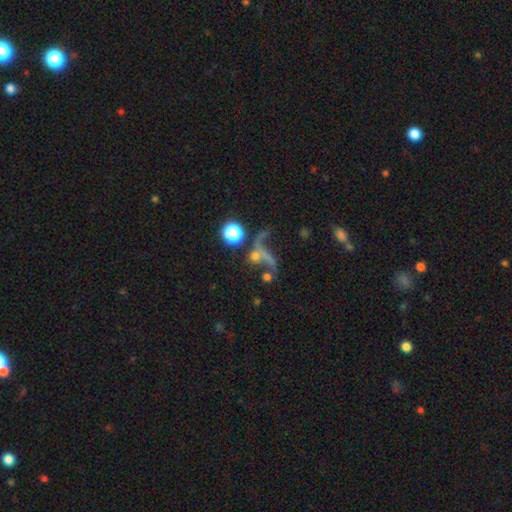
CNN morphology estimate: smooth_or_featured: featured or disk (p=0.42) [alt: smooth p=0.36]
merging: none (p=0.32) [alt: merger p=0.28]